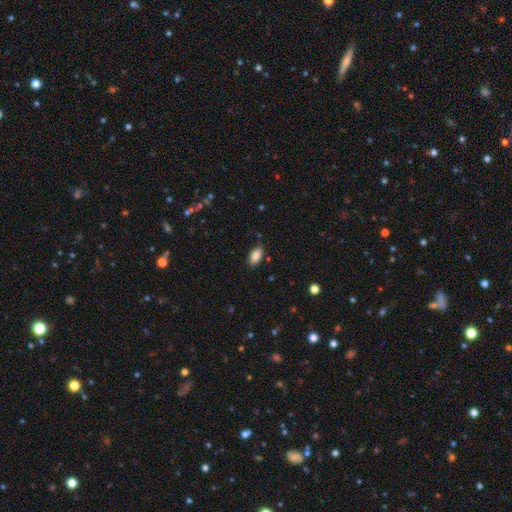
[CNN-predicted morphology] Smooth or featured: smooth — 85% (star or artifact — 8%)
How rounded: in between — 92% (cigar-shaped — 4%)
Merging: none — 86% (minor disturbance — 11%)